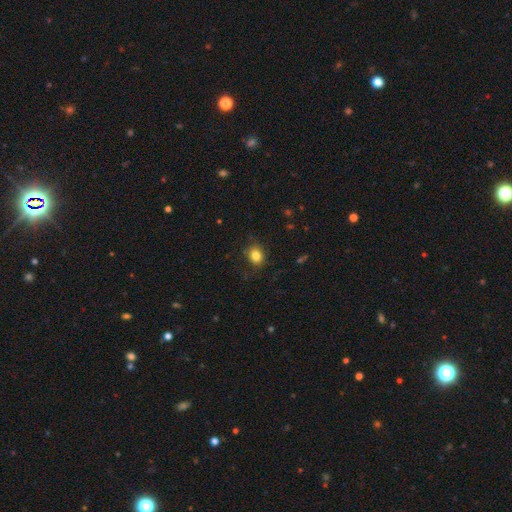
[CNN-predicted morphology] This appears to be a smooth galaxy with no disk features (83%) that is round (56%). Merging: none (82%).